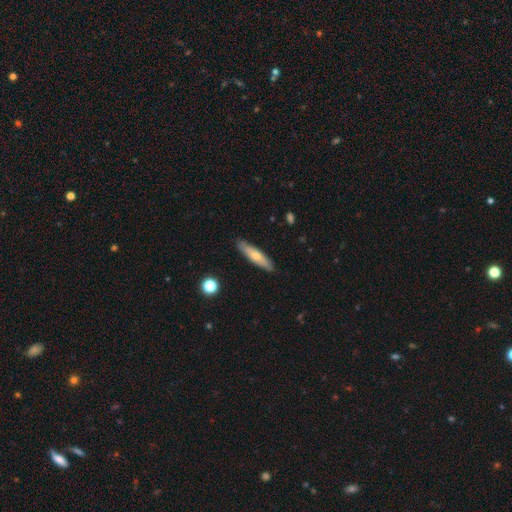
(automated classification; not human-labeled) This appears to be a smooth galaxy with no disk features (58%) that is cigar-shaped (76%). Merging: none (87%).